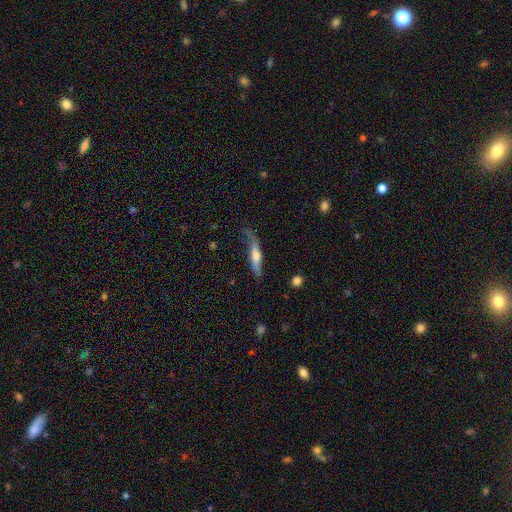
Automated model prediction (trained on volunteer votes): The model was most divided on "smooth or featured": featured or disk: 50%, smooth: 43%, star or artifact: 7%. Remaining: edge-on disk — yes (65%); merging — none (48%).